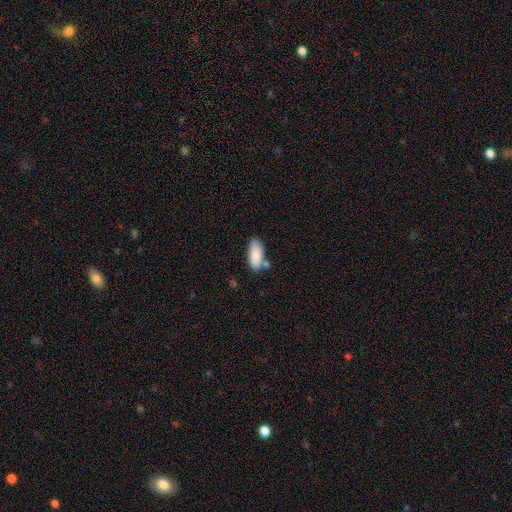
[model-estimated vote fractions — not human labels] This appears to be a smooth galaxy with no disk features (87%) that is in between round and cigar-shaped (85%). Merging: none (66%).